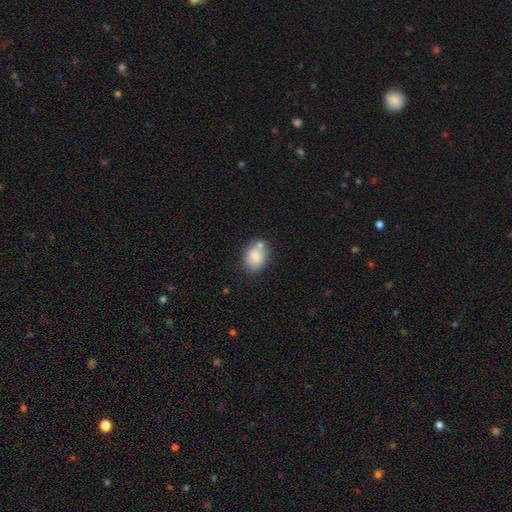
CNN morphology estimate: Smooth or featured: smooth — 82% (featured or disk — 10%)
How rounded: in between — 64% (round — 35%)
Merging: none — 59% (merger — 19%)